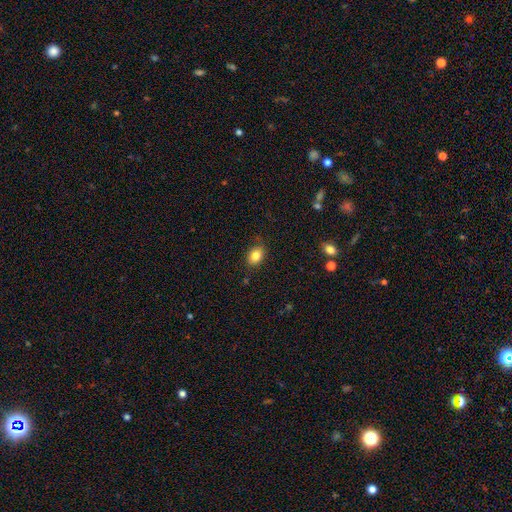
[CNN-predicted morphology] The model was most divided on "how rounded": in between: 72%, round: 27%, cigar-shaped: 1%. More confident: smooth or featured — smooth (83%); merging — none (80%).